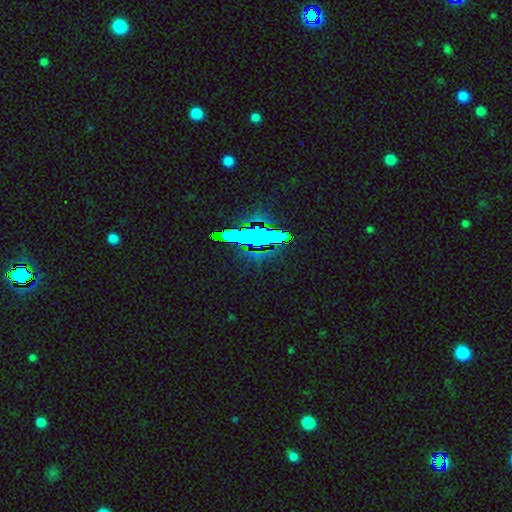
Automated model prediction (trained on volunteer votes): A star or artifact, not a galaxy (67%).